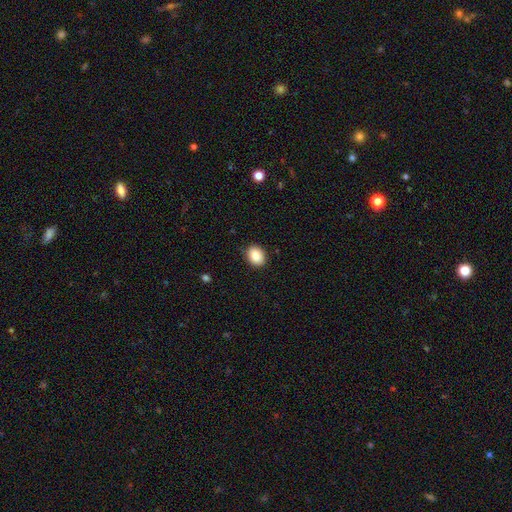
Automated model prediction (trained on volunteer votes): Smooth or featured? smooth (89%)
How rounded? in between (63%)
Merging? none (87%)